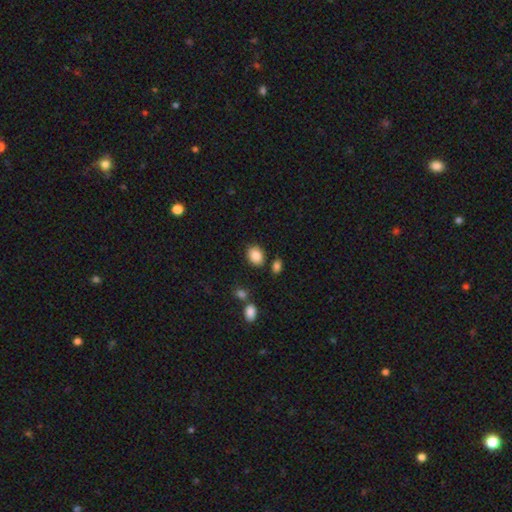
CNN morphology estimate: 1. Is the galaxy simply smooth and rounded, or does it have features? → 87% smooth, 9% star or artifact, 4% featured or disk.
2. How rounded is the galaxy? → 66% in between, 33% round, 1% cigar-shaped.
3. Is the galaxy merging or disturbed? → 78% none, 12% minor disturbance, 6% merger, 4% major disturbance.